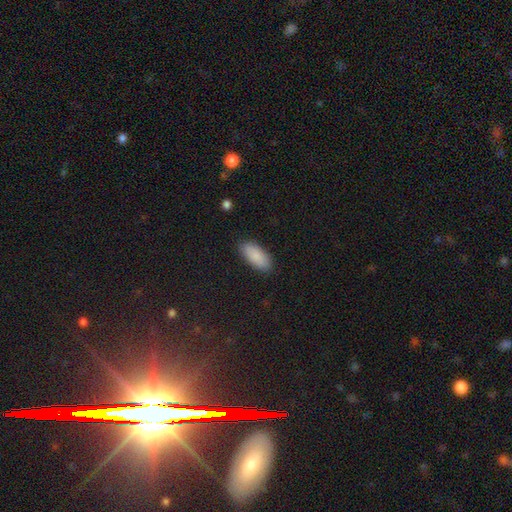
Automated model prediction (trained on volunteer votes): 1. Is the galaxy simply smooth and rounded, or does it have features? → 89% smooth, 6% star or artifact, 5% featured or disk.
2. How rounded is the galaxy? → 86% in between, 12% cigar-shaped, 2% round.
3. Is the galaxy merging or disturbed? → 87% none, 10% minor disturbance, 2% major disturbance, 1% merger.